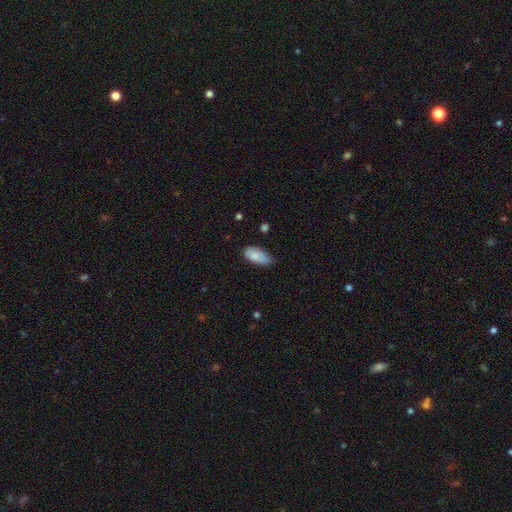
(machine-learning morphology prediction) smooth_or_featured: smooth (p=0.82) [alt: featured or disk p=0.11]
how_rounded: in between (p=0.93) [alt: cigar-shaped p=0.04]
merging: none (p=0.47) [alt: minor disturbance p=0.43]